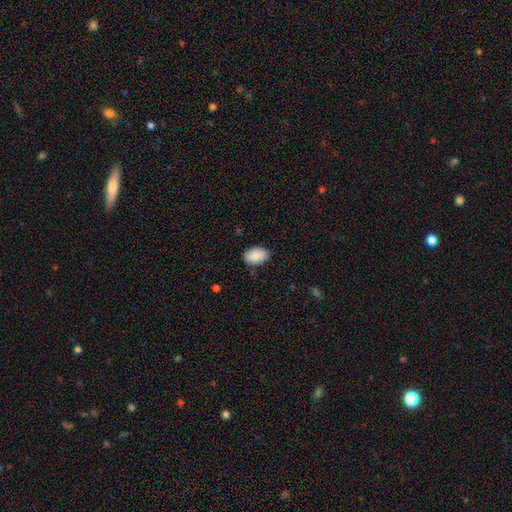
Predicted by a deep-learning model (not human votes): smooth 91%, star or artifact 6%, featured or disk 3%. Down the decision tree: how rounded — in between (91%); merging — none (84%).